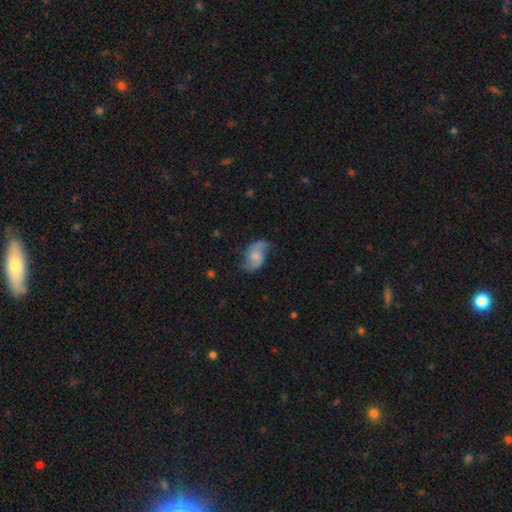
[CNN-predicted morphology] Smooth or featured? Predicted: featured or disk (p=0.64). Edge-on disk? Predicted: no (p=0.97). Bar? Predicted: no (p=0.59). Spiral arms? Predicted: yes (p=0.91). Spiral winding? Predicted: loose (p=0.58). Spiral arm count? Predicted: 2 (p=0.81). Bulge size? Predicted: small (p=0.47). Merging? Predicted: none (p=0.56).